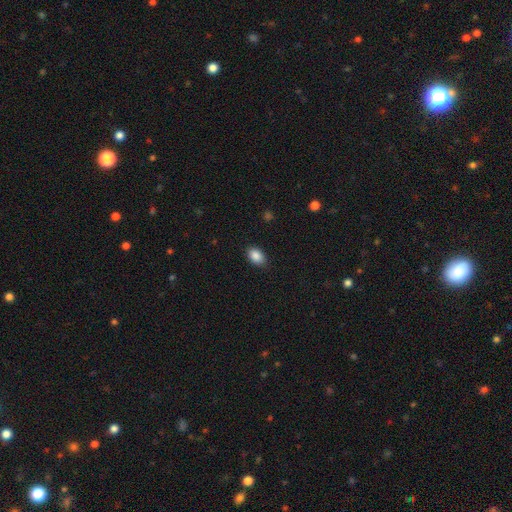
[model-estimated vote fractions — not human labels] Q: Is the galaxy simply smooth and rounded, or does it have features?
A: smooth — 88%.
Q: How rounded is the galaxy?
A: in between — 85%.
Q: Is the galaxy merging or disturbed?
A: none — 85%.